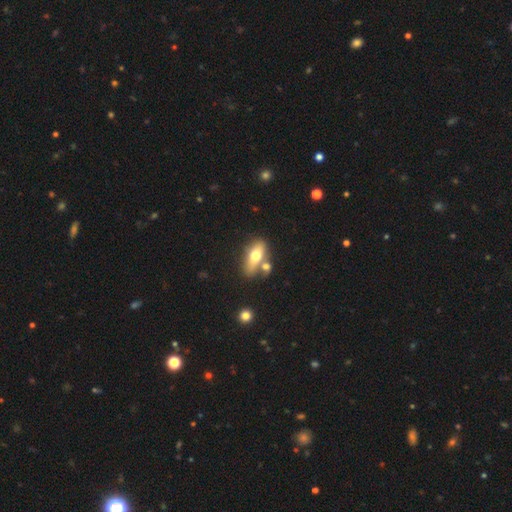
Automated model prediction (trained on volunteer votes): This appears to be a smooth galaxy with no disk features (65%) that is in between round and cigar-shaped (79%). Merging: none (56%).